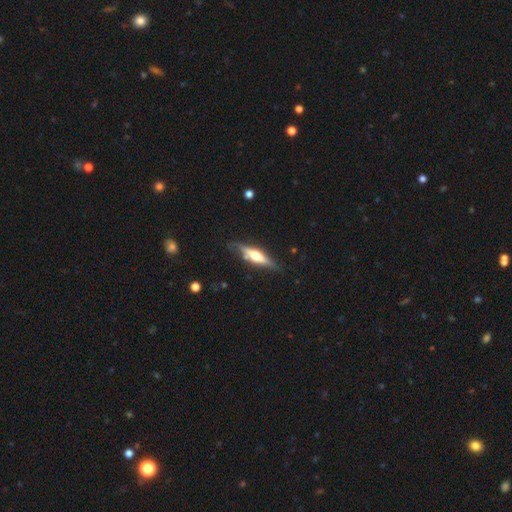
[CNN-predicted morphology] Q: Smooth or featured?
A: featured or disk (63%); runner-up: smooth (32%)
Q: Edge-on disk?
A: yes (92%); runner-up: no (8%)
Q: Edge-on bulge?
A: rounded (89%); runner-up: boxy (7%)
Q: Merging?
A: none (78%); runner-up: minor disturbance (16%)